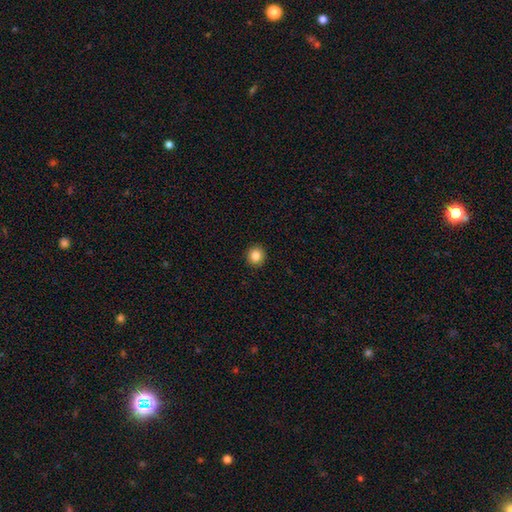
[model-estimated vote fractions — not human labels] Smooth or featured: smooth — 85% (star or artifact — 10%)
How rounded: round — 93% (in between — 6%)
Merging: none — 93% (minor disturbance — 4%)